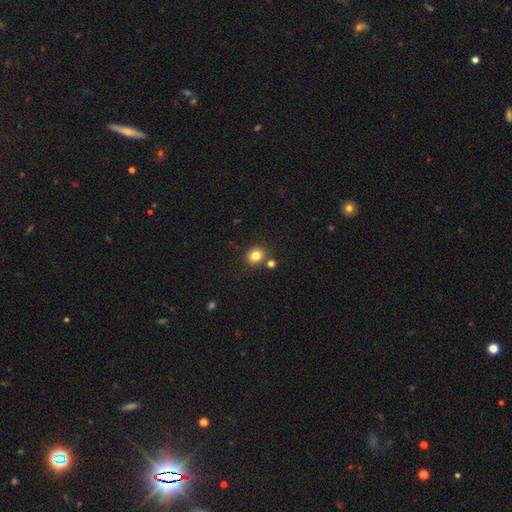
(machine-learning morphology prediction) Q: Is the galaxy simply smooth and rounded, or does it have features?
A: smooth — 81%.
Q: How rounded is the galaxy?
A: round — 70%.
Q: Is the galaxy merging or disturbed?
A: none — 77%.